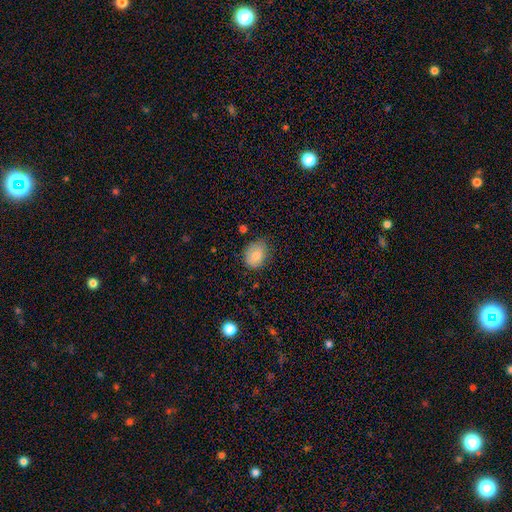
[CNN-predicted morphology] Smooth or featured? Predicted: smooth (p=0.83). How rounded? Predicted: in between (p=0.62). Merging? Predicted: none (p=0.64).